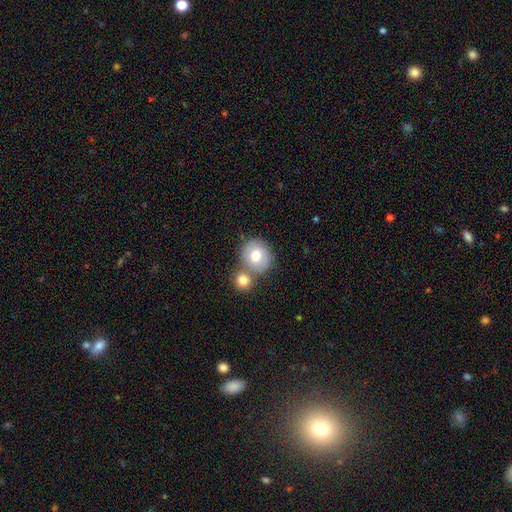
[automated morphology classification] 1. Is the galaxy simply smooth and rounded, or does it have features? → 76% smooth, 16% featured or disk, 8% star or artifact.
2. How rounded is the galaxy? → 83% round, 16% in between, 1% cigar-shaped.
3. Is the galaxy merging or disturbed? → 54% none, 34% merger, 10% minor disturbance, 3% major disturbance.